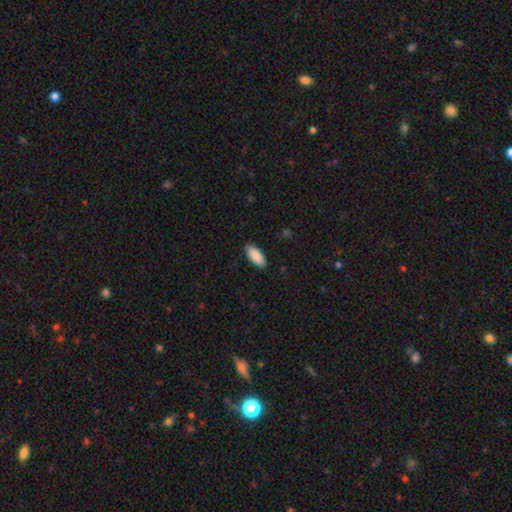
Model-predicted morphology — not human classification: Overall: smooth (91%). How rounded: in between (87%). Merging: none (89%).